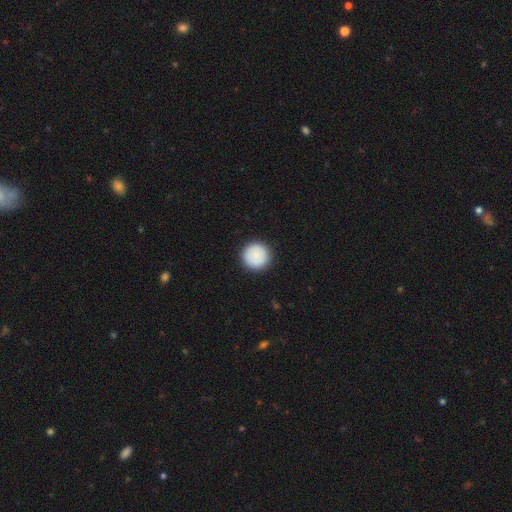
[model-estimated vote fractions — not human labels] A smooth galaxy with no disk features (87%) that is round (97%). Merging: none (92%).